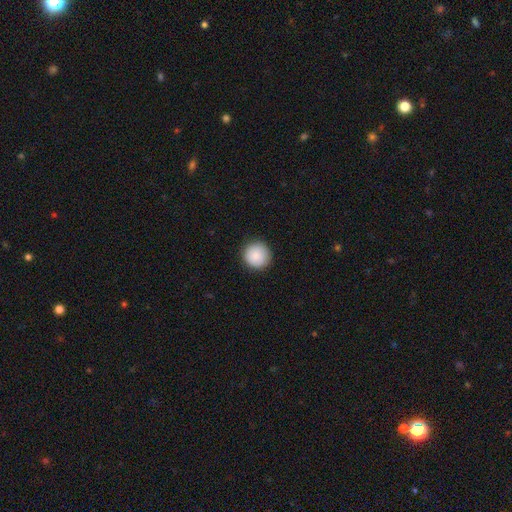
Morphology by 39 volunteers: type=smooth (92%); roundness=round (100%); merging=none (86%).